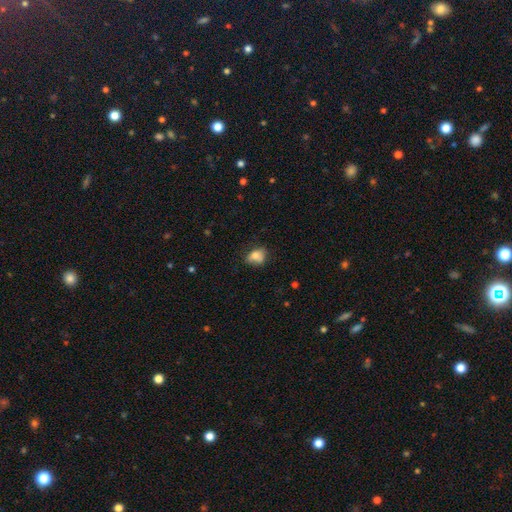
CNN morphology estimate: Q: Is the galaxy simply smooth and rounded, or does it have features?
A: smooth — 75%.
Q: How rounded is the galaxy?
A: in between — 62%.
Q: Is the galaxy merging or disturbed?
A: none — 56%.